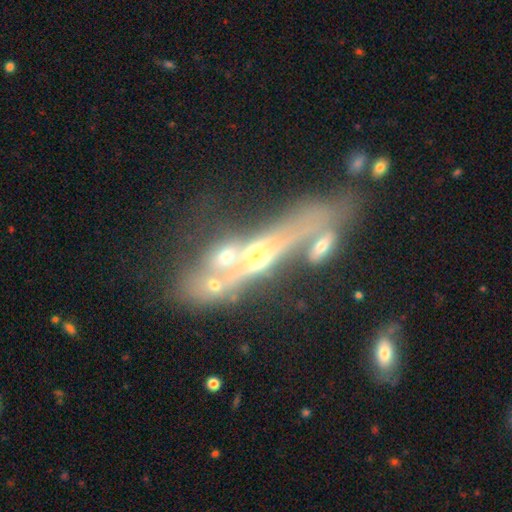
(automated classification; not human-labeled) Smooth or featured: featured or disk — 69% (smooth — 18%)
Edge-on disk: yes — 57% (no — 43%)
Merging: merger — 40% (none — 32%)